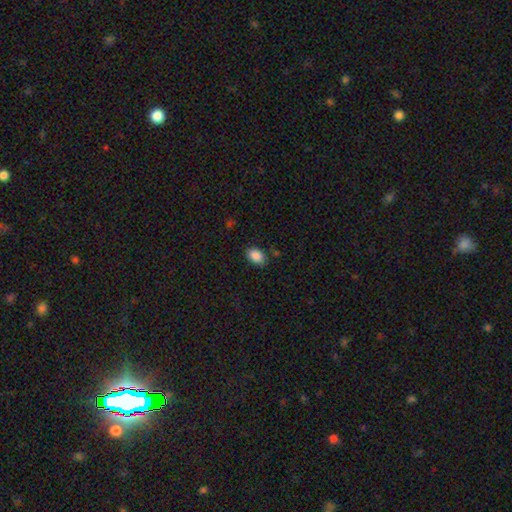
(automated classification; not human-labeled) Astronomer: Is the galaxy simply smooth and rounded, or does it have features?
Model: smooth — 88%.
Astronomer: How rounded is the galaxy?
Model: in between — 84%.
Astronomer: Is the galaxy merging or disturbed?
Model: none — 81%.